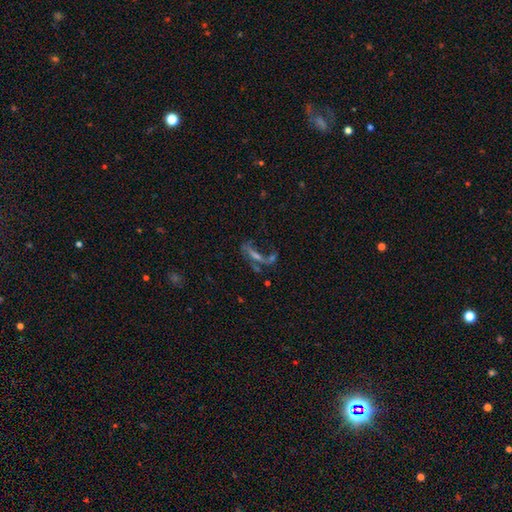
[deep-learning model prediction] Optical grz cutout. It shows a featured or disk galaxy (47%). Merging: none (36%).